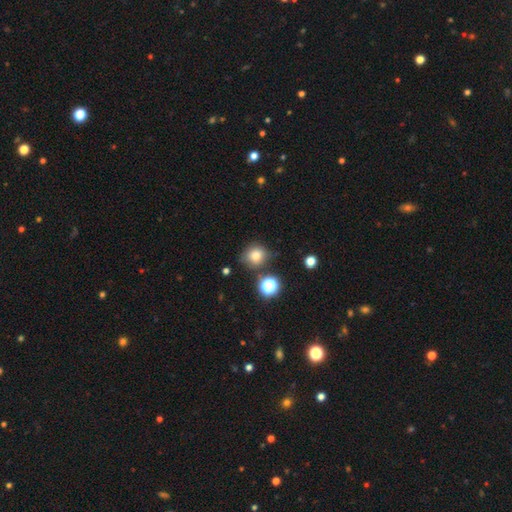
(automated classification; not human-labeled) A smooth galaxy with no disk features (76%) that is round (83%).

Vote fractions:
- Smooth or featured? smooth: 76% / star or artifact: 16% / featured or disk: 9%
- How rounded? round: 83% / in between: 16% / cigar-shaped: 1%
- Merging? none: 75% / minor disturbance: 15% / merger: 6% / major disturbance: 4%